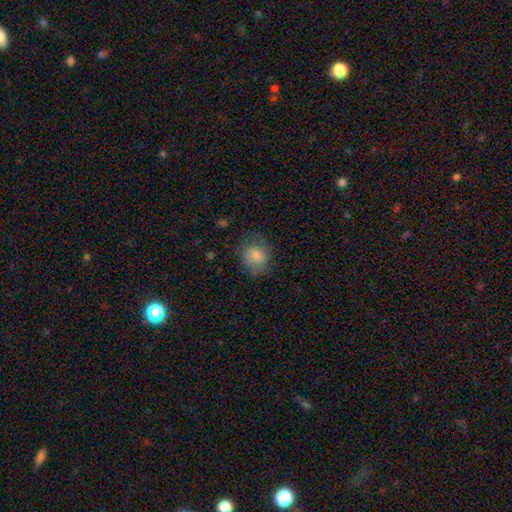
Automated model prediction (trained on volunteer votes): Overall: smooth (79%). How rounded: round (74%). Merging: none (63%; minor disturbance 24%).